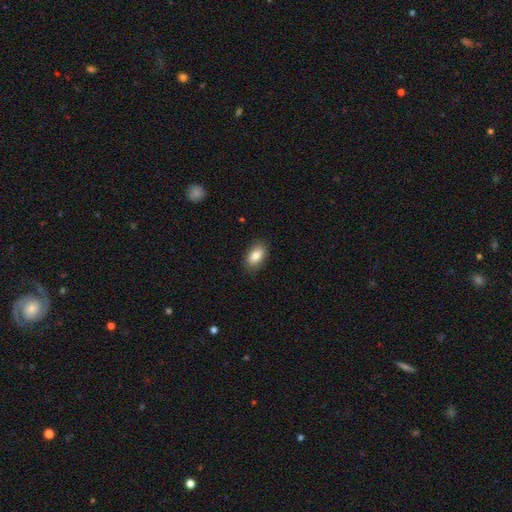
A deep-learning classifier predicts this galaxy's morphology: A smooth galaxy with no disk features (84%) that is in between round and cigar-shaped (90%).

Vote fractions:
- Smooth or featured? smooth: 84% / featured or disk: 9% / star or artifact: 7%
- How rounded? in between: 90% / round: 8% / cigar-shaped: 2%
- Merging? none: 87% / minor disturbance: 10% / major disturbance: 2% / merger: 1%